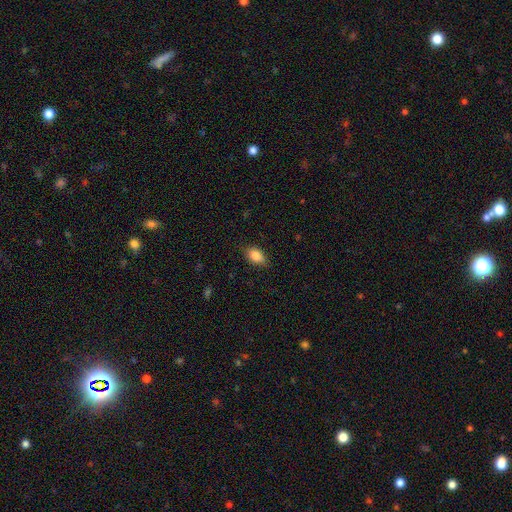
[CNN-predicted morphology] smooth-or-featured: smooth: 86% | star or artifact: 8% | featured or disk: 7%
  how-rounded: in between: 88% | round: 10% | cigar-shaped: 2%
  merging: none: 83% | minor disturbance: 13% | major disturbance: 3% | merger: 1%